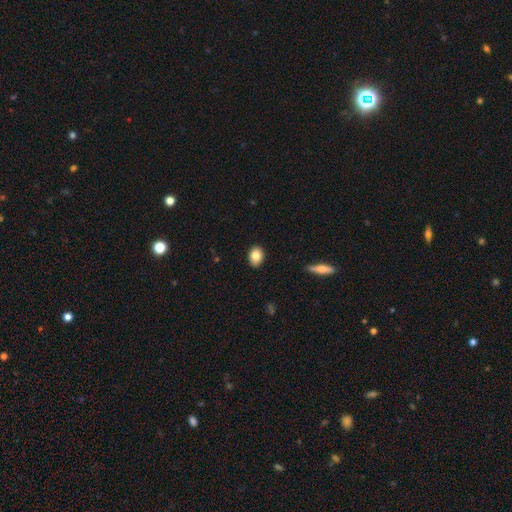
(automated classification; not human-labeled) Smooth or featured? smooth (83%)
How rounded? in between (69%)
Merging? none (88%)